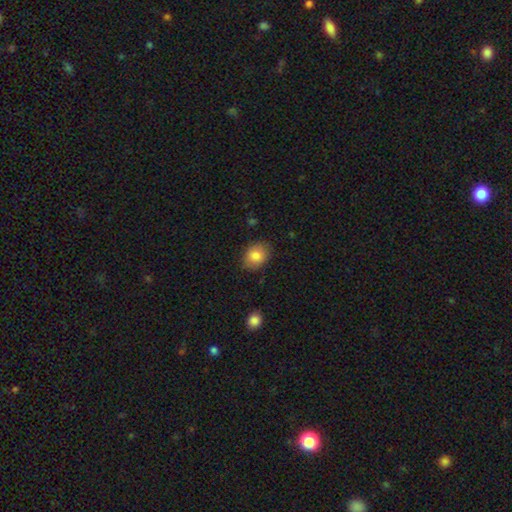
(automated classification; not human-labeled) This is clearly a smooth galaxy (84%). How rounded: likely in between (65%). Merging: clearly none (82%).